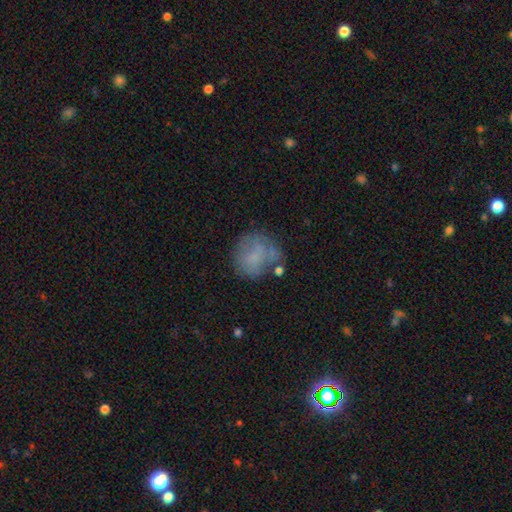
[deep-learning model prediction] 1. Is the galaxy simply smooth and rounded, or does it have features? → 59% smooth, 29% featured or disk, 11% star or artifact.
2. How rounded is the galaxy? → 79% round, 20% in between, 1% cigar-shaped.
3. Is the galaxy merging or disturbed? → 54% none, 23% minor disturbance, 15% major disturbance, 8% merger.